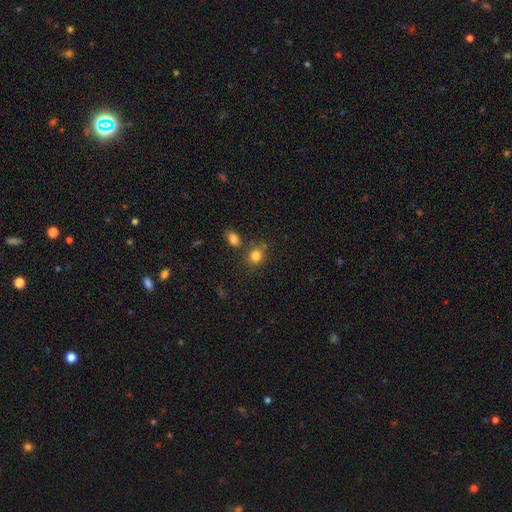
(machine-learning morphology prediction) Smooth or featured? Predicted: smooth (p=0.81). How rounded? Predicted: round (p=0.78). Merging? Predicted: none (p=0.70).